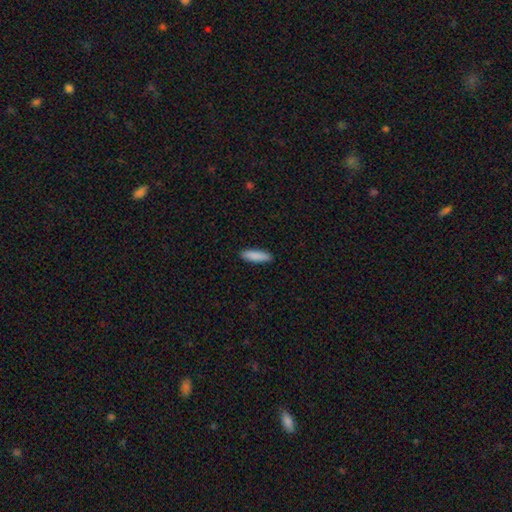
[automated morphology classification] This appears to be a smooth galaxy with no disk features (88%) that is cigar-shaped (67%). Merging: none (90%).